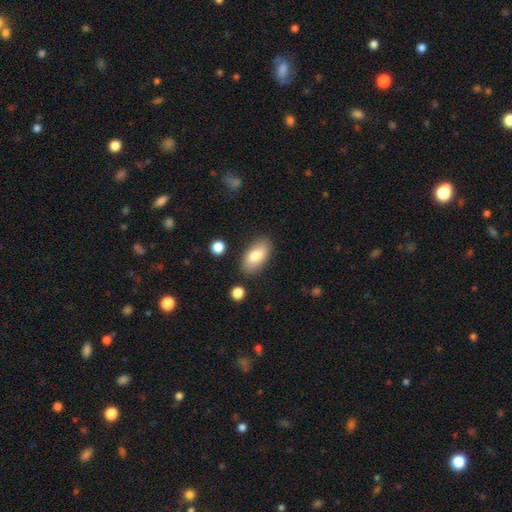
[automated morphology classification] Smooth or featured: smooth — 78% (featured or disk — 15%)
How rounded: in between — 92% (cigar-shaped — 4%)
Merging: none — 83% (minor disturbance — 11%)